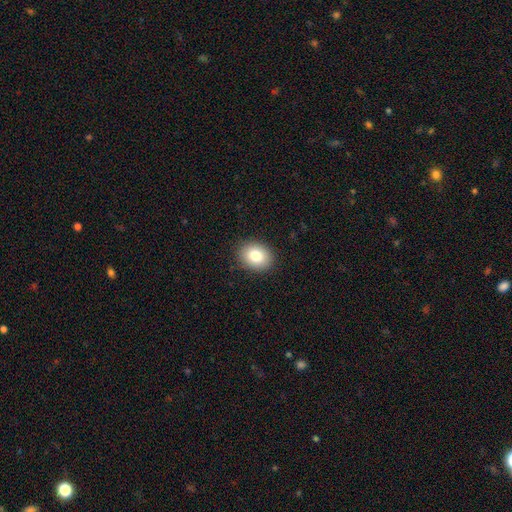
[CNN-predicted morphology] Smooth or featured? Predicted: smooth (p=0.82). How rounded? Predicted: in between (p=0.56). Merging? Predicted: none (p=0.89).